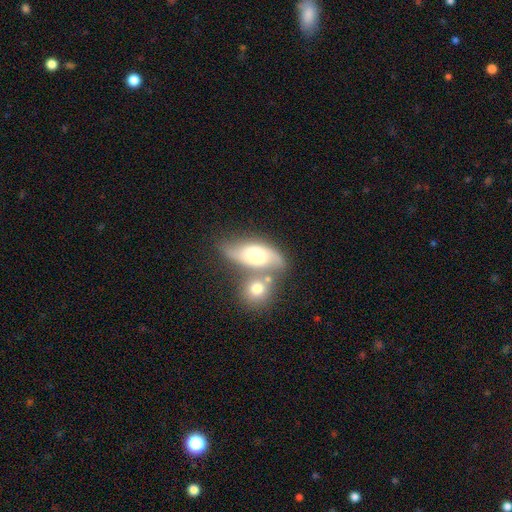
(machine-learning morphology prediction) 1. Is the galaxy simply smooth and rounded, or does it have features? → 50% featured or disk, 42% smooth, 8% star or artifact.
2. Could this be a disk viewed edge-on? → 87% no, 13% yes.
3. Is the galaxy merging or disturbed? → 45% merger, 33% none, 13% minor disturbance, 9% major disturbance.